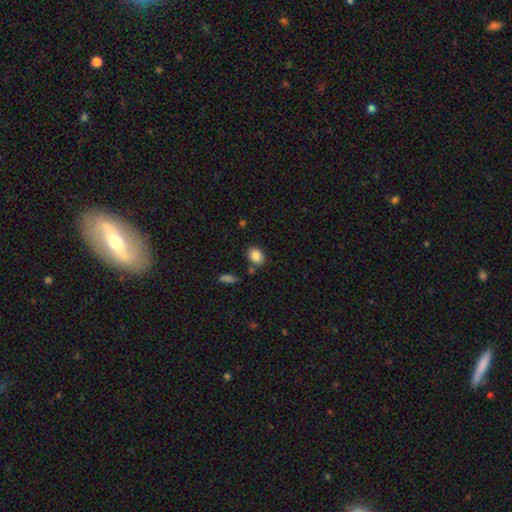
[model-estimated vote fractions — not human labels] A smooth galaxy with no disk features (86%) that is in between round and cigar-shaped (64%).

Vote fractions:
- Smooth or featured? smooth: 86% / star or artifact: 9% / featured or disk: 6%
- How rounded? in between: 64% / round: 35% / cigar-shaped: 1%
- Merging? none: 76% / minor disturbance: 13% / merger: 8% / major disturbance: 3%